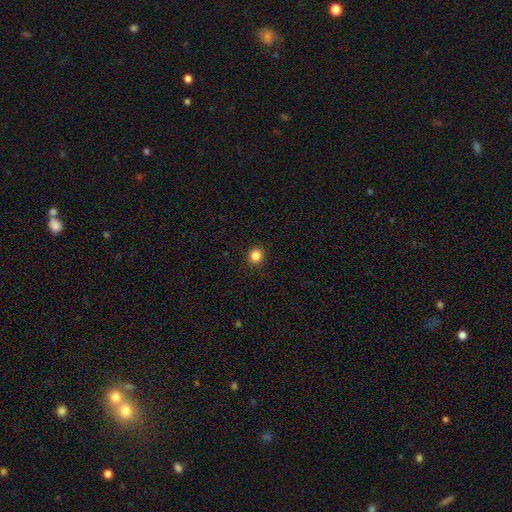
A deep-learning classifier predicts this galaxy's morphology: The model was most divided on "how rounded": round: 84%, in between: 15%, cigar-shaped: 1%. More confident: merging — none (92%); smooth or featured — smooth (85%).